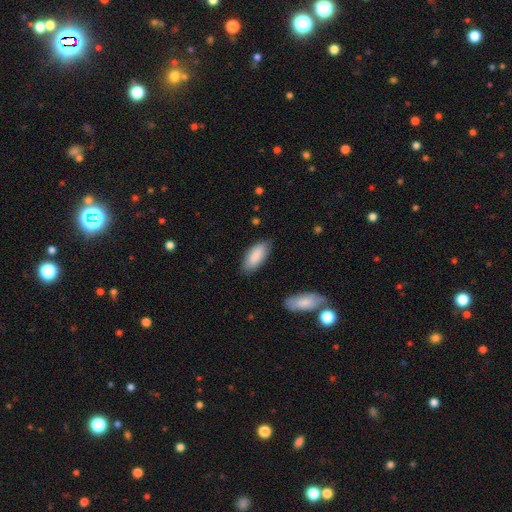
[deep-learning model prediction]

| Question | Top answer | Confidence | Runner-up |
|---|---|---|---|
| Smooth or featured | smooth | 88% | featured or disk (6%) |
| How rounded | in between | 85% | cigar-shaped (13%) |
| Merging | none | 83% | minor disturbance (13%) |